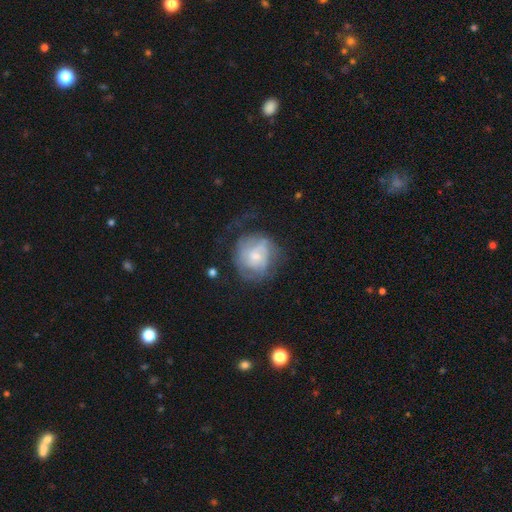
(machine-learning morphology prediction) Overall: featured or disk (57%; smooth 35%). Edge-on disk: no (97%). Bar: no (73%). Spiral arms: yes (65%; no 35%). Bulge size: small (48%; moderate 40%). Merging: none (45%; major disturbance 29%).